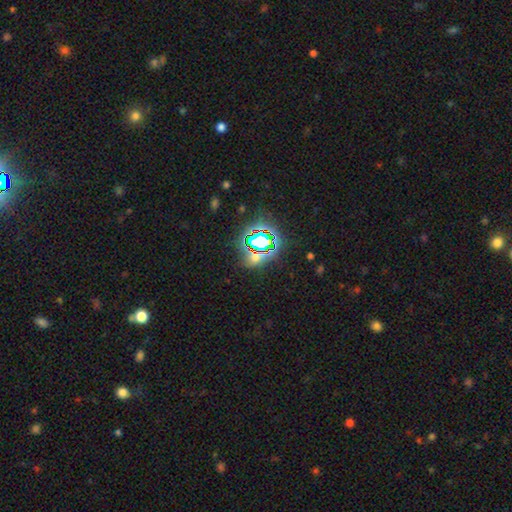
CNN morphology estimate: Smooth or featured?
  - star or artifact: 68% *
  - smooth: 22%
  - featured or disk: 10%